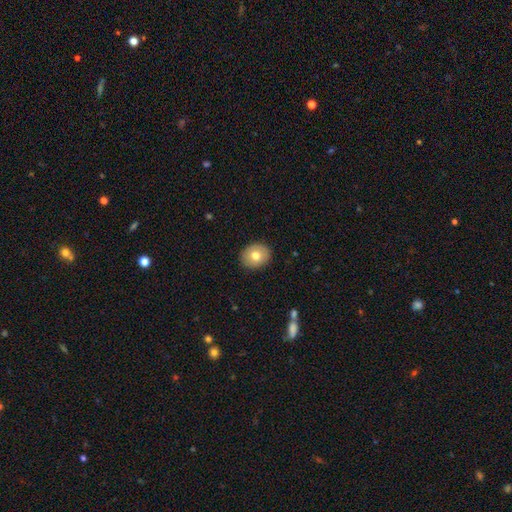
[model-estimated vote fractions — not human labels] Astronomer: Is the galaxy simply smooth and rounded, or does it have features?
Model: smooth — 74%.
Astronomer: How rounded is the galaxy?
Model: round — 61% (runner-up: in between, 38%).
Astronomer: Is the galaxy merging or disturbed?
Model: none — 90%.